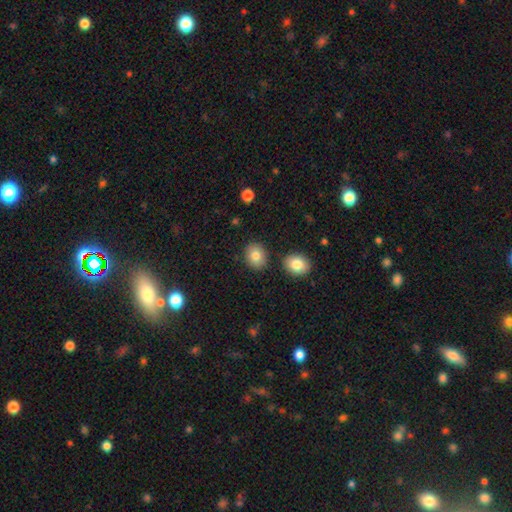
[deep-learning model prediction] This appears to be a smooth galaxy with no disk features (81%) that is round (55%). Merging: none (84%).